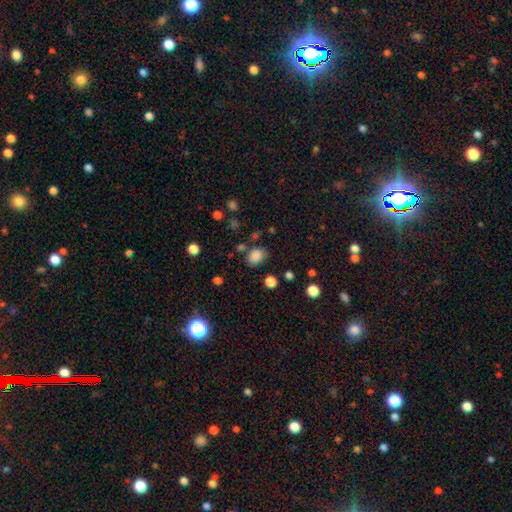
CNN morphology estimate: smooth 85%, star or artifact 11%, featured or disk 4%. Down the decision tree: how rounded — in between (61%); merging — none (76%).